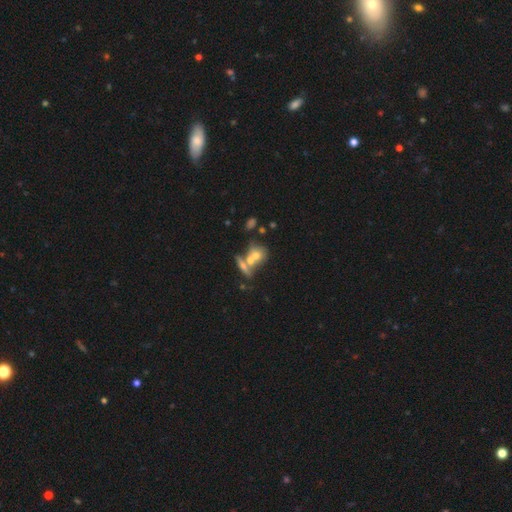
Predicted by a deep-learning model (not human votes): Smooth or featured?
  - smooth: 57% *
  - featured or disk: 31%
  - star or artifact: 11%
How rounded?
  - round: 47% *
  - in between: 45%
  - cigar-shaped: 8%
Merging?
  - merger: 53% *
  - none: 32%
  - minor disturbance: 9%
  - major disturbance: 6%